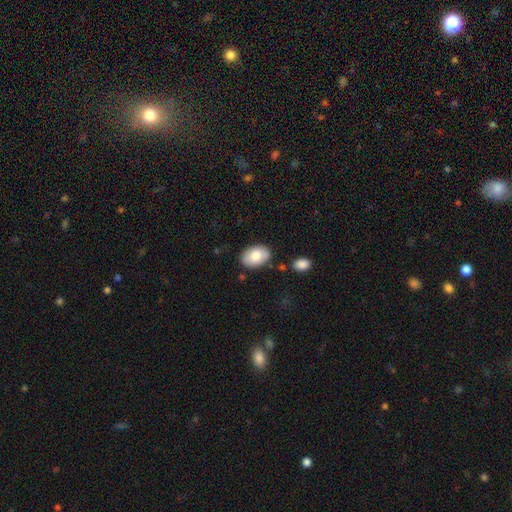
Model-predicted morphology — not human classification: smooth-or-featured: smooth: 77% | featured or disk: 17% | star or artifact: 6%
  how-rounded: in between: 87% | round: 12% | cigar-shaped: 1%
  merging: none: 81% | minor disturbance: 12% | merger: 3% | major disturbance: 3%